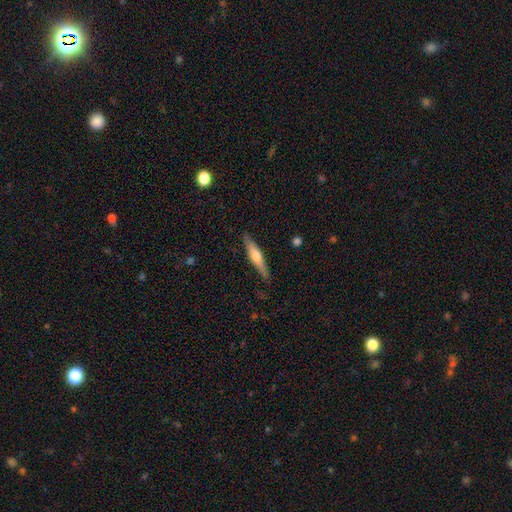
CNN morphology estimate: A featured or disk galaxy (49%). Merging: none (87%).